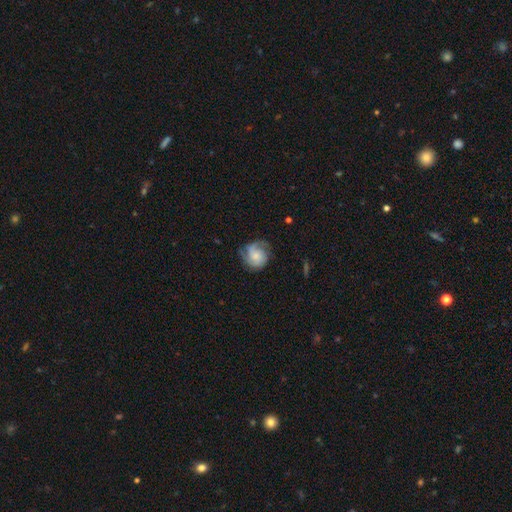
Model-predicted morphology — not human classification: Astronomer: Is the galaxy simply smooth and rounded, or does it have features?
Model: featured or disk — 70%.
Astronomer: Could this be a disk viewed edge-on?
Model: no — 98%.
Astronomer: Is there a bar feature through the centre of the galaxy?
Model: no — 71%.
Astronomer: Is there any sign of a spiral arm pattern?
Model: yes — 95%.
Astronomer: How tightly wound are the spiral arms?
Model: tight — 47% (runner-up: medium, 39%).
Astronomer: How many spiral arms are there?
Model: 2 — 40% (runner-up: 3, 28%).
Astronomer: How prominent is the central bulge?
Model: small — 38% (runner-up: moderate, 29%).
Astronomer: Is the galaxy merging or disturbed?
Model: none — 67%.